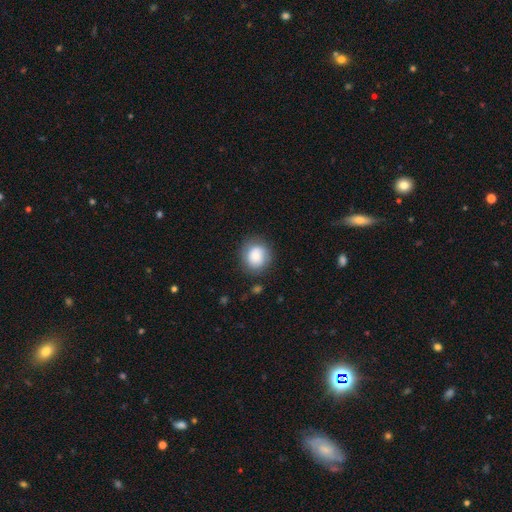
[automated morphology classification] smooth-or-featured: smooth: 82% | featured or disk: 10% | star or artifact: 8%
  how-rounded: round: 83% | in between: 16% | cigar-shaped: 1%
  merging: none: 76% | minor disturbance: 16% | major disturbance: 5% | merger: 2%